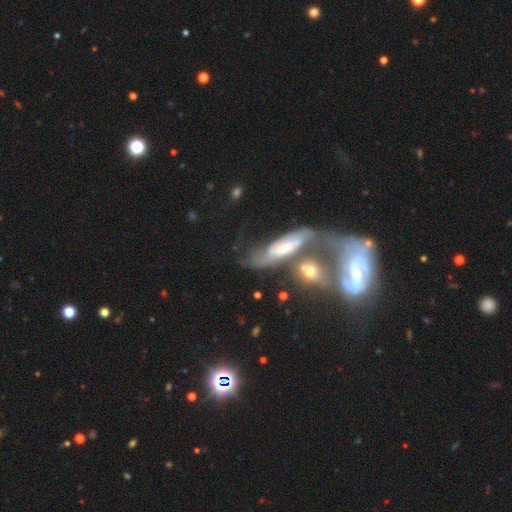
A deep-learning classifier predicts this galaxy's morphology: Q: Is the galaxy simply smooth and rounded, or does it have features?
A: featured or disk — 67%.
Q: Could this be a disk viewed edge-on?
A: no — 75%.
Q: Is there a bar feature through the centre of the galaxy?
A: no — 45%.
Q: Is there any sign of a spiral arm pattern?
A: yes — 78%.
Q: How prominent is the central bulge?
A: moderate — 46%.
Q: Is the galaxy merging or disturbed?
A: merger — 59%.